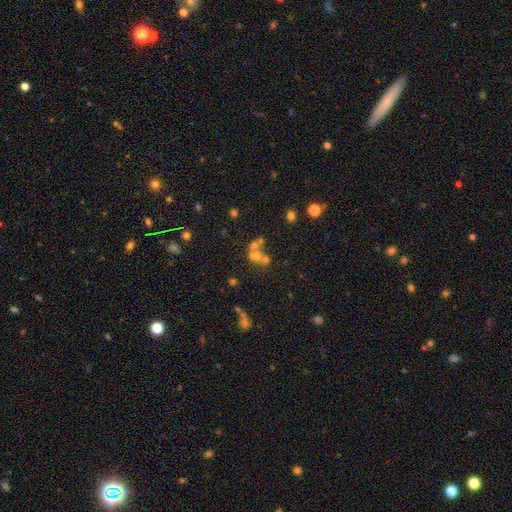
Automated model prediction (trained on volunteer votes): Smooth or featured: smooth — 46% (featured or disk — 29%)
Merging: merger — 53% (none — 32%)